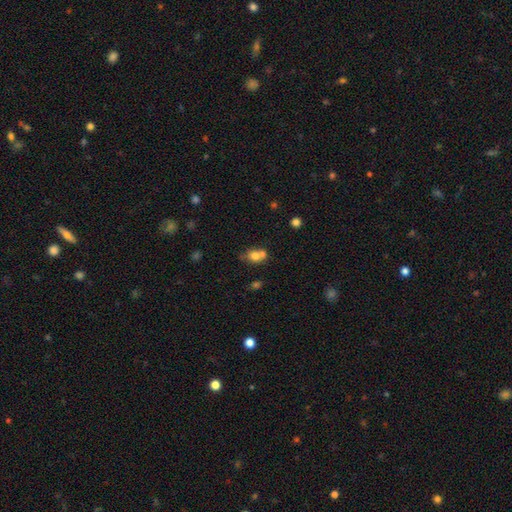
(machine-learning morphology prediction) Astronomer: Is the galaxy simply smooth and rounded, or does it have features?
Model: smooth — 73%.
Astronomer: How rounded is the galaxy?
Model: in between — 50% (runner-up: round, 49%).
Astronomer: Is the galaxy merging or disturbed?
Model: merger — 48% (runner-up: none, 36%).